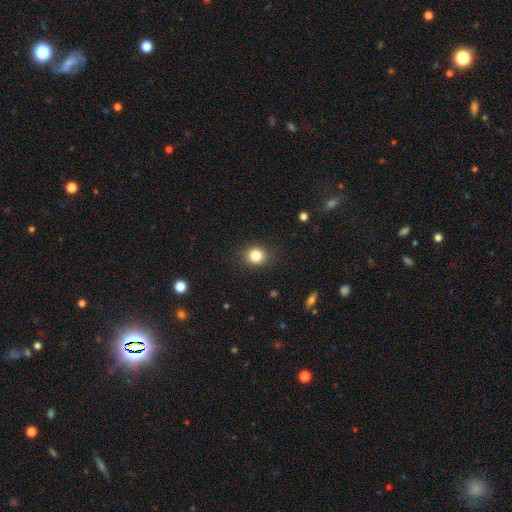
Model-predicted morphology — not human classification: This is clearly a smooth galaxy (83%). How rounded: likely round (77%). Merging: clearly none (90%).